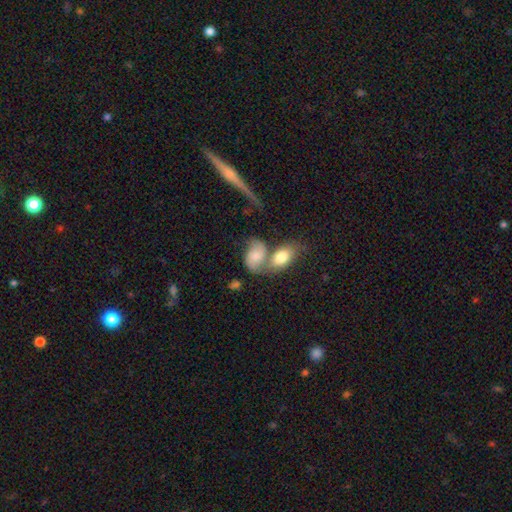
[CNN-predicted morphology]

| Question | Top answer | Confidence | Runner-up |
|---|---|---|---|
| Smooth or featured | smooth | 52% | featured or disk (39%) |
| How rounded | in between | 84% | round (13%) |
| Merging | merger | 58% | none (24%) |